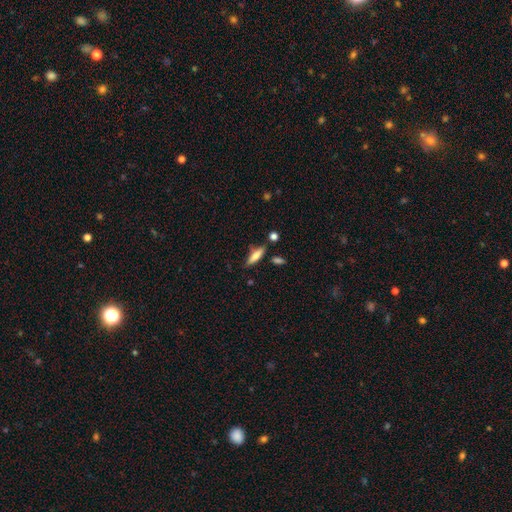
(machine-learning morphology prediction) smooth 67%, featured or disk 26%, star or artifact 8%. Down the decision tree: how rounded — cigar-shaped (61%); merging — none (71%).